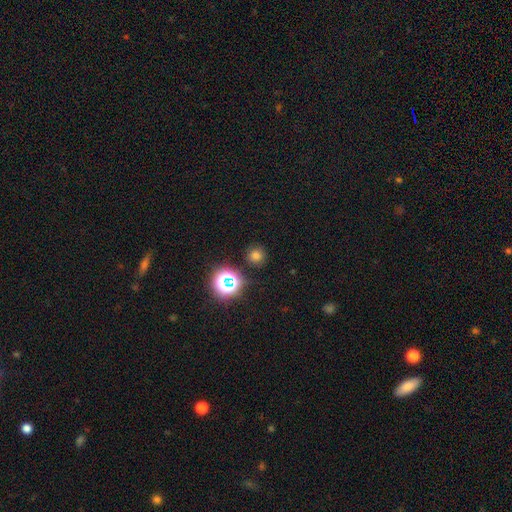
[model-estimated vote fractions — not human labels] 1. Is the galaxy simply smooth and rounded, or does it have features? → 70% smooth, 24% star or artifact, 6% featured or disk.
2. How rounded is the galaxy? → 92% round, 7% in between, 1% cigar-shaped.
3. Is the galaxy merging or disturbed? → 87% none, 8% minor disturbance, 3% major disturbance, 2% merger.